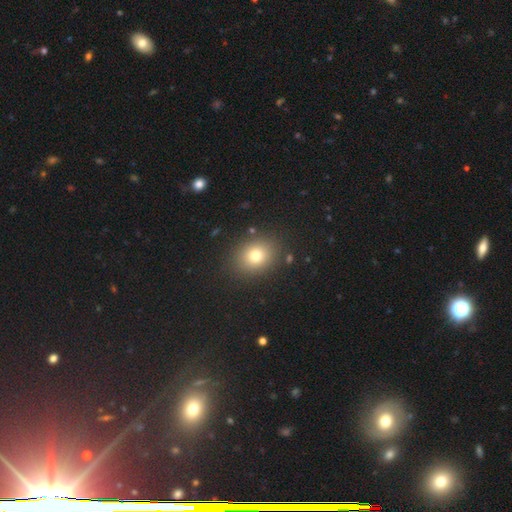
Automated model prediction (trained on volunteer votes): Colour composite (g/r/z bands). It shows a smooth galaxy with no disk features (77%) that is round (54%). Merging: none (87%).